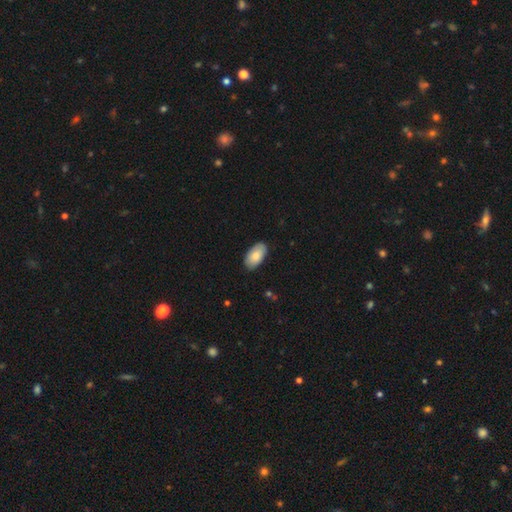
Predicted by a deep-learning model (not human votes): Smooth or featured? smooth (82%)
How rounded? in between (96%)
Merging? none (86%)